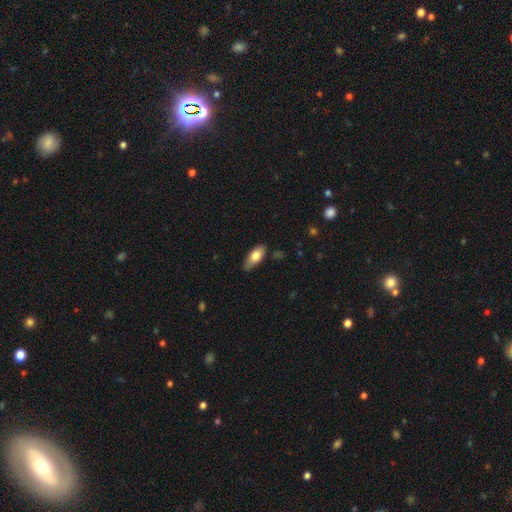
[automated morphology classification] Smooth or featured?
  - smooth: 73% *
  - featured or disk: 21%
  - star or artifact: 6%
How rounded?
  - in between: 80% *
  - cigar-shaped: 17%
  - round: 3%
Merging?
  - none: 77% *
  - minor disturbance: 19%
  - major disturbance: 3%
  - merger: 2%